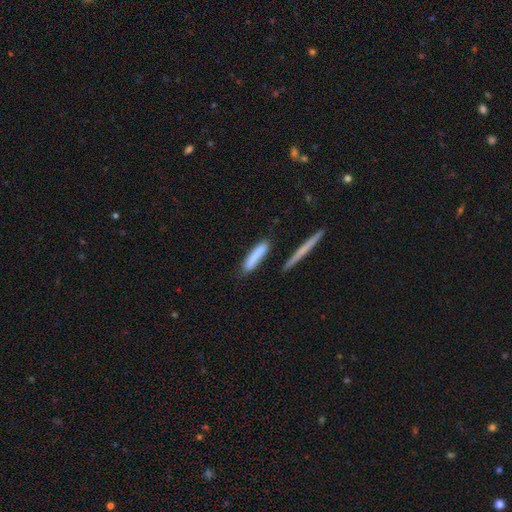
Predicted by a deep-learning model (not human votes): Smooth or featured: smooth — 80% (featured or disk — 14%)
How rounded: cigar-shaped — 85% (in between — 13%)
Merging: none — 74% (minor disturbance — 16%)